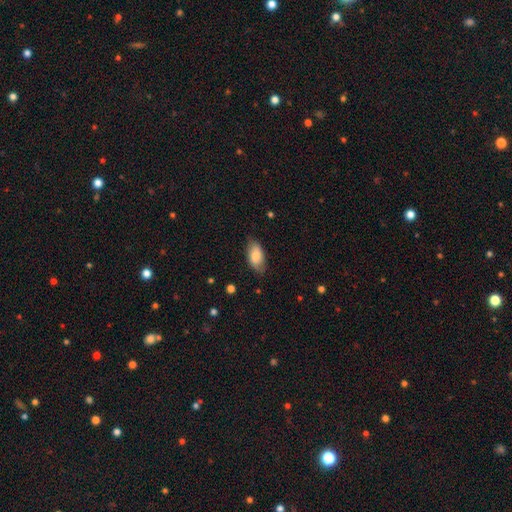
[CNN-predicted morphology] smooth_or_featured: smooth (p=0.78) [alt: featured or disk p=0.15]
how_rounded: in between (p=0.93) [alt: cigar-shaped p=0.04]
merging: none (p=0.76) [alt: minor disturbance p=0.20]